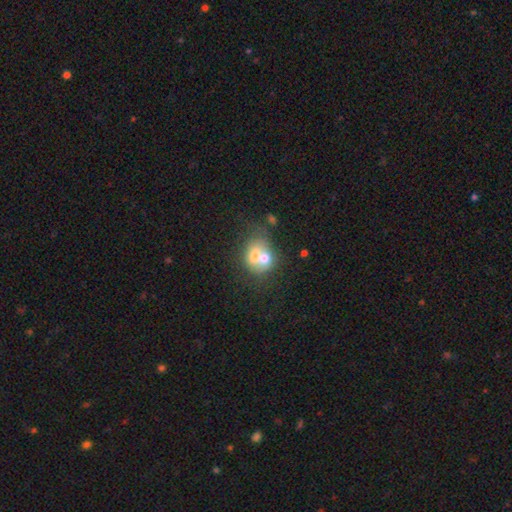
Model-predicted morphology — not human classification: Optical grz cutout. It shows a smooth galaxy with no disk features (62%) that is round (61%). Merging: merger (64%).